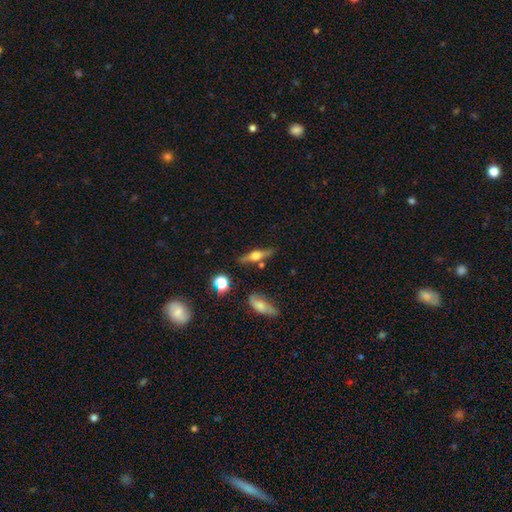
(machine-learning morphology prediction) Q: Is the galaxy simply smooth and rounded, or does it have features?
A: featured or disk — 64%.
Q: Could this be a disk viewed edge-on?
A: yes — 94%.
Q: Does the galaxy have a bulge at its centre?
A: rounded — 91%.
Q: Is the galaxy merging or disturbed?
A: none — 77%.